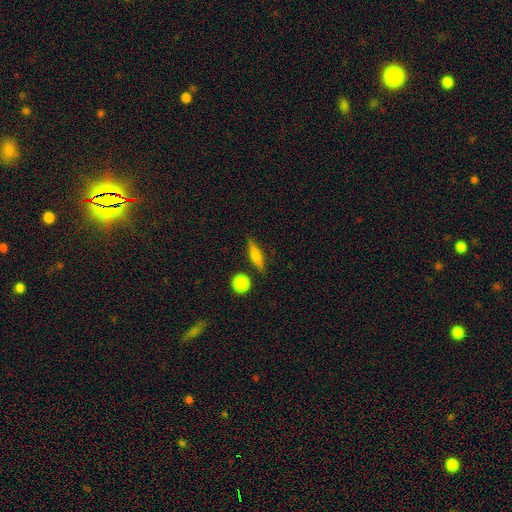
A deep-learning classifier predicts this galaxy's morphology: Overall: smooth (58%; featured or disk 34%). How rounded: cigar-shaped (65%; in between 28%). Merging: none (83%).